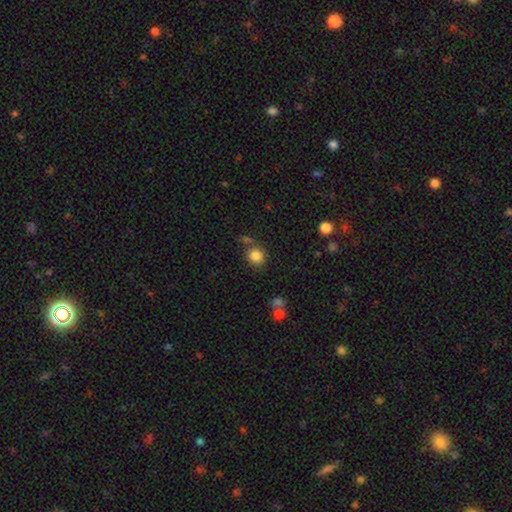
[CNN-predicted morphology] The model was most divided on "merging": none: 70%, minor disturbance: 14%, merger: 11%, major disturbance: 5%. More confident: how rounded — round (85%); smooth or featured — smooth (83%).